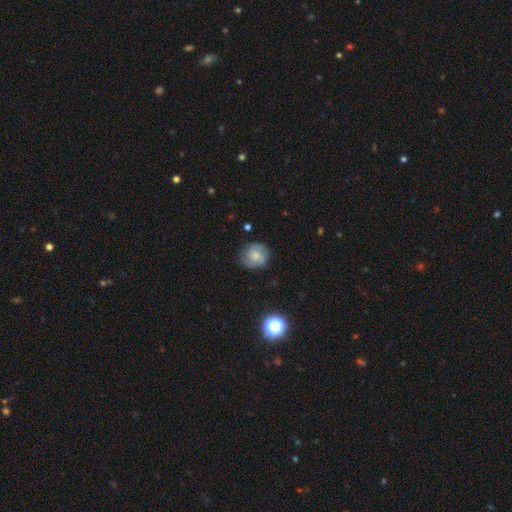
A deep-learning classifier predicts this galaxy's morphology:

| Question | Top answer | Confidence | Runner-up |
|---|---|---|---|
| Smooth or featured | smooth | 63% | featured or disk (28%) |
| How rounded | round | 82% | in between (17%) |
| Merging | none | 73% | minor disturbance (20%) |